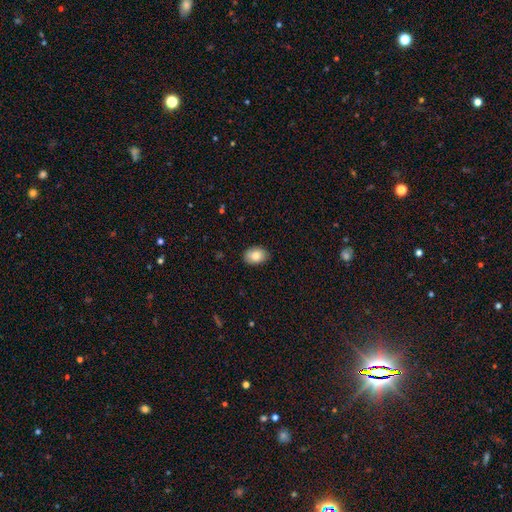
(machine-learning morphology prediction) A smooth galaxy with no disk features (85%) that is in between round and cigar-shaped (82%).

Vote fractions:
- Smooth or featured? smooth: 85% / featured or disk: 8% / star or artifact: 7%
- How rounded? in between: 82% / round: 16% / cigar-shaped: 1%
- Merging? none: 87% / minor disturbance: 10% / major disturbance: 2% / merger: 1%